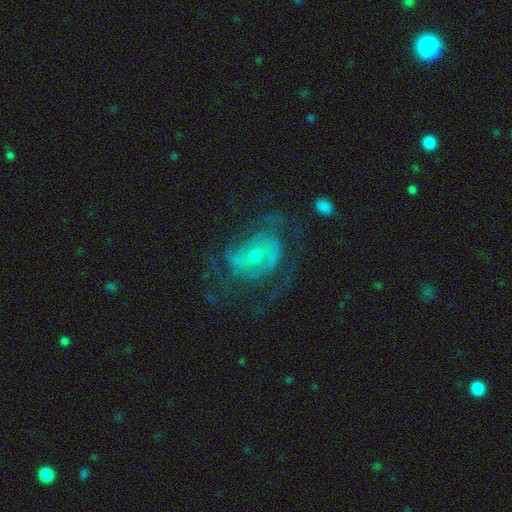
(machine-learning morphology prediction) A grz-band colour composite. It shows a featured or disk galaxy (79%) with no bar (54%), 2 (40%) medium (45%) spiral arms (85%) and a small central bulge (59%). Merging: none (55%).